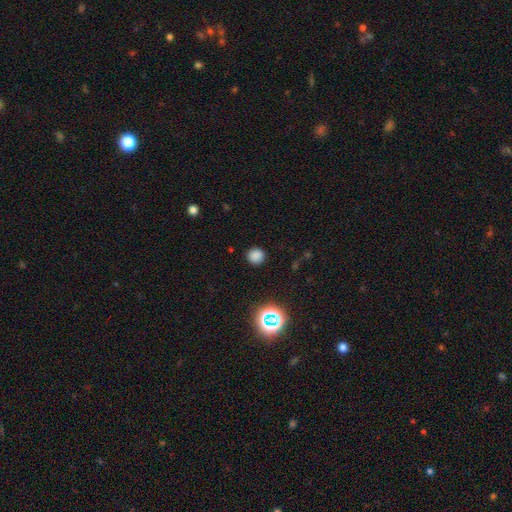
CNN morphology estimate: smooth_or_featured: smooth (p=0.79) [alt: star or artifact p=0.17]
how_rounded: round (p=0.89) [alt: in between p=0.10]
merging: none (p=0.89) [alt: minor disturbance p=0.07]